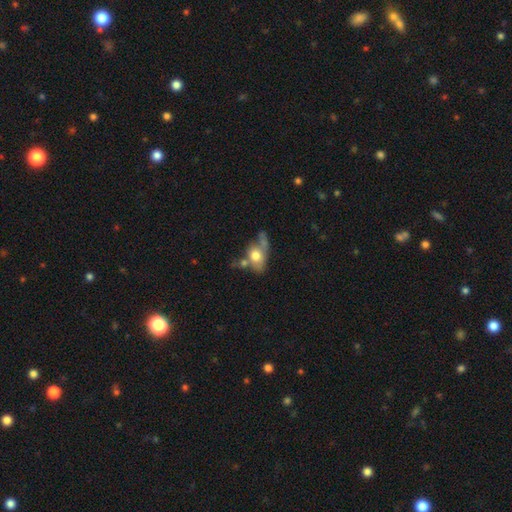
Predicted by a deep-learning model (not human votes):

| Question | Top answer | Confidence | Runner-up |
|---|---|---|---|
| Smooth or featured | smooth | 67% | featured or disk (25%) |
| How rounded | in between | 72% | round (24%) |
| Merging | merger | 35% | none (28%) |